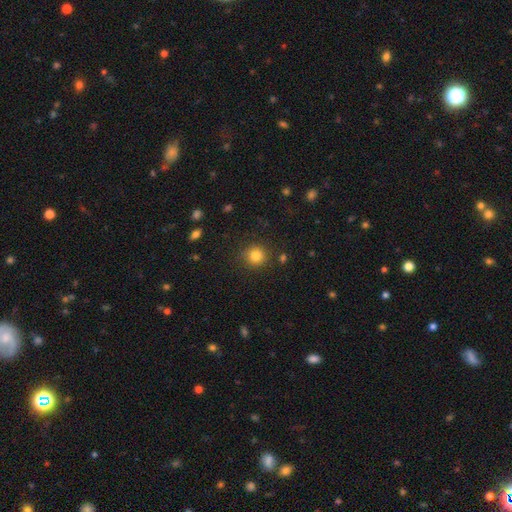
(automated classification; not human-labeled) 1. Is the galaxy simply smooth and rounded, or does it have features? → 82% smooth, 12% star or artifact, 6% featured or disk.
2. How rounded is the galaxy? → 93% round, 7% in between, 1% cigar-shaped.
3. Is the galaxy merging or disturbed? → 88% none, 7% minor disturbance, 3% major disturbance, 2% merger.